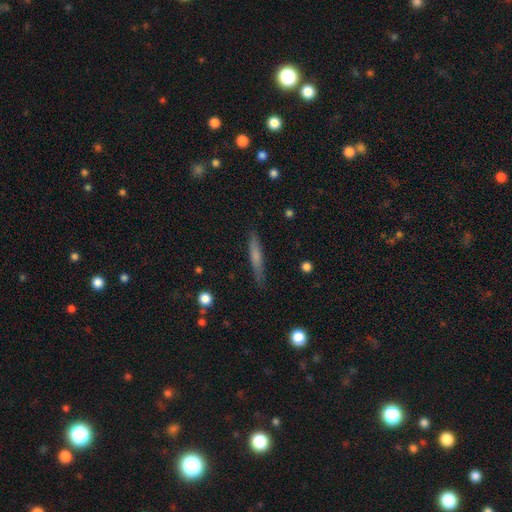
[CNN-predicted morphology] A smooth galaxy with no disk features (56%) that is cigar-shaped (92%).

Vote fractions:
- Smooth or featured? smooth: 56% / featured or disk: 37% / star or artifact: 7%
- How rounded? cigar-shaped: 92% / in between: 6% / round: 2%
- Merging? none: 85% / minor disturbance: 11% / major disturbance: 2% / merger: 1%